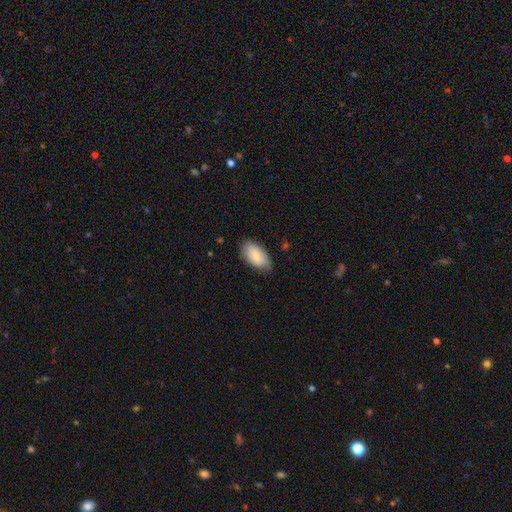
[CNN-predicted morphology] type=smooth (80%); roundness=in between (94%); merging=none (75%).